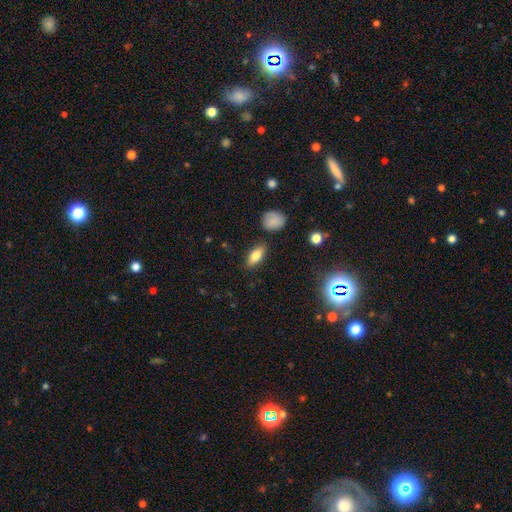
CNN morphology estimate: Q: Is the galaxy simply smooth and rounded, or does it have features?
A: smooth — 72%.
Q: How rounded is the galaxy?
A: in between — 77%.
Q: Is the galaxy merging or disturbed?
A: none — 85%.